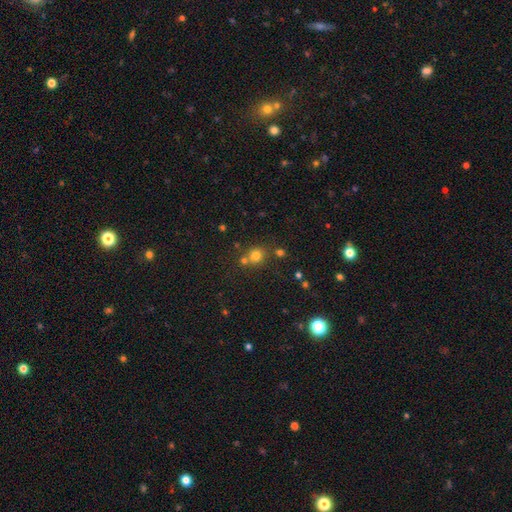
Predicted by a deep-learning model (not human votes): smooth 72%, star or artifact 19%, featured or disk 9%. Down the decision tree: how rounded — round (84%); merging — none (63%).